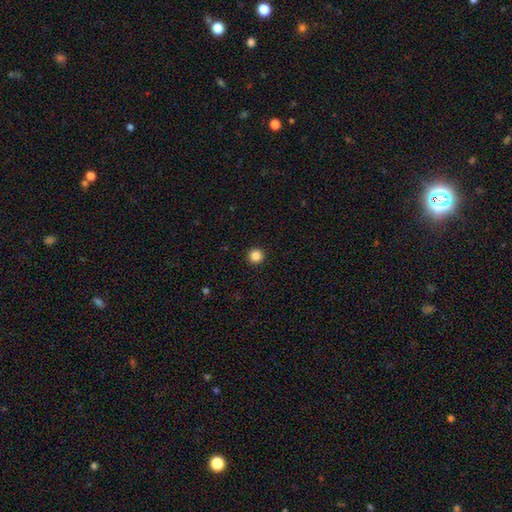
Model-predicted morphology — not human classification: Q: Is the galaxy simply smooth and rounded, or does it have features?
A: smooth — 86%.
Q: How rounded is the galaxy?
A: round — 96%.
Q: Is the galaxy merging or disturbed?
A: none — 94%.